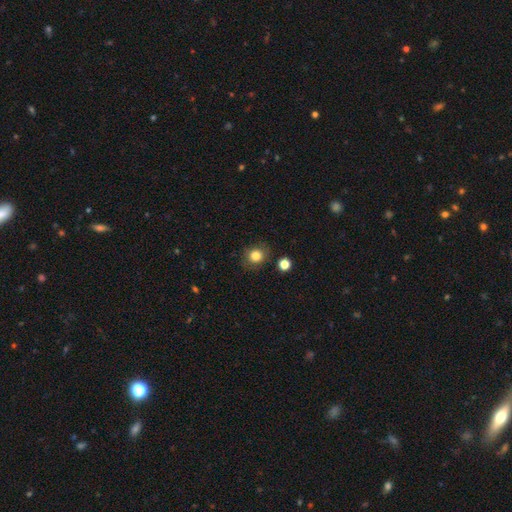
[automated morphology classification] A smooth galaxy with no disk features (82%) that is round (77%). Merging: none (83%).